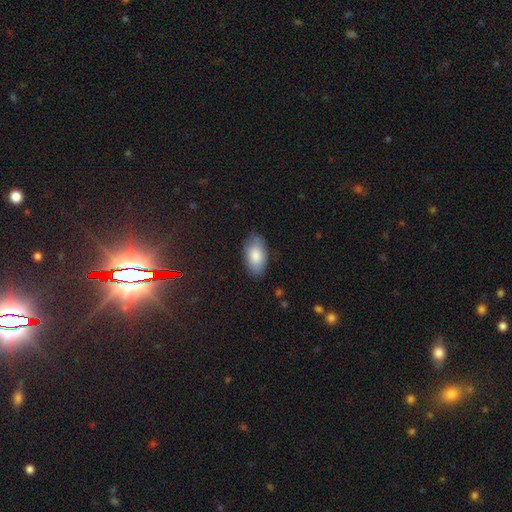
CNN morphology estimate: Smooth or featured?
  - smooth: 84% *
  - featured or disk: 10%
  - star or artifact: 6%
How rounded?
  - in between: 94% *
  - round: 3%
  - cigar-shaped: 2%
Merging?
  - none: 82% *
  - minor disturbance: 14%
  - major disturbance: 3%
  - merger: 1%